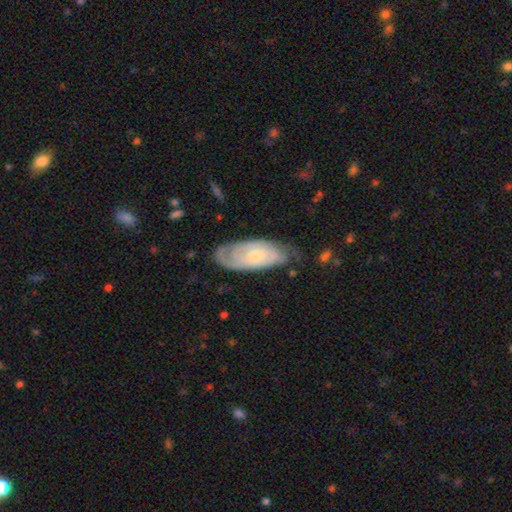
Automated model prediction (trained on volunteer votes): smooth_or_featured: featured or disk (p=0.69) [alt: smooth p=0.26]
disk_edge_on: no (p=0.90) [alt: yes p=0.10]
bar: no (p=0.77) [alt: weak p=0.19]
has_spiral_arms: yes (p=0.85) [alt: no p=0.15]
spiral_winding: tight (p=0.69) [alt: medium p=0.24]
spiral_arm_count: can't tell (p=0.43) [alt: 2 p=0.34]
bulge_size: moderate (p=0.48) [alt: small p=0.47]
merging: none (p=0.60) [alt: minor disturbance p=0.28]